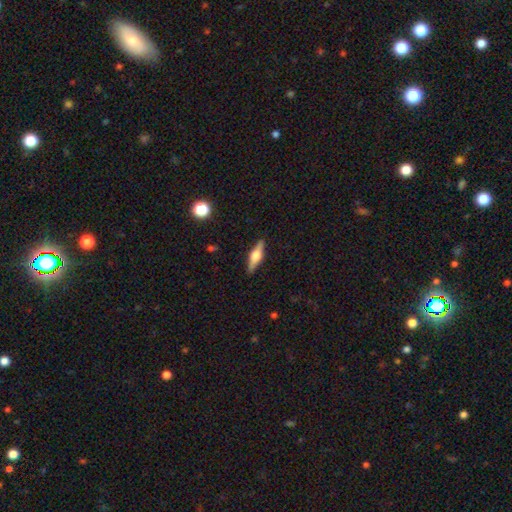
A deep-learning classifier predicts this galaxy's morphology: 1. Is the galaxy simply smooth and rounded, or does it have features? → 66% featured or disk, 28% smooth, 6% star or artifact.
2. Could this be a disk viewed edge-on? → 96% yes, 4% no.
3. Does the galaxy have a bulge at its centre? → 89% rounded, 9% boxy, 2% none.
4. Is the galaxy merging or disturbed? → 90% none, 8% minor disturbance, 2% major disturbance, 1% merger.